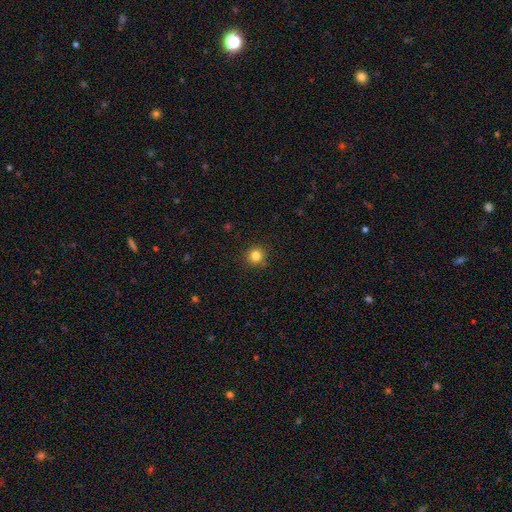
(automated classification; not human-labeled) smooth 82%, star or artifact 13%, featured or disk 5%. Down the decision tree: how rounded — round (93%); merging — none (90%).